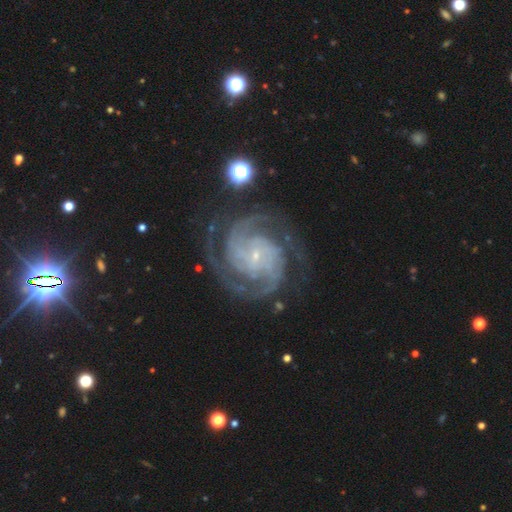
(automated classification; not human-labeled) A featured or disk galaxy (92%) with no bar (63%), 2 (41%) tight (63%) spiral arms (98%) and a small central bulge (86%). Merging: none (76%).